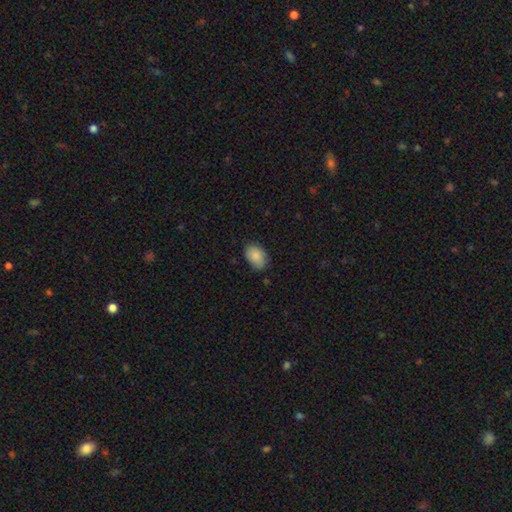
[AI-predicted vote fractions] smooth_or_featured: smooth (p=0.87) [alt: star or artifact p=0.07]
how_rounded: in between (p=0.85) [alt: round p=0.14]
merging: none (p=0.75) [alt: minor disturbance p=0.20]